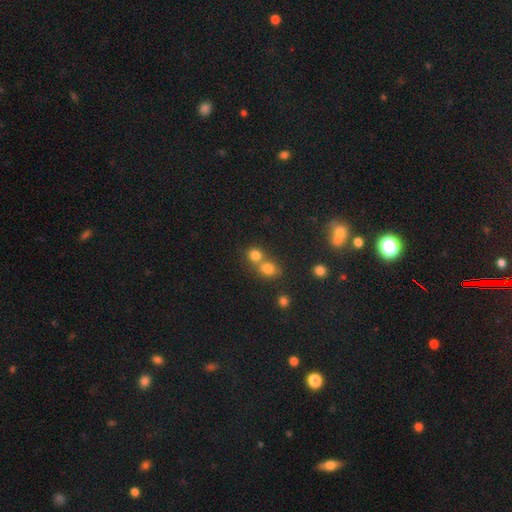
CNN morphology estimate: Overall: smooth (77%). How rounded: round (82%). Merging: merger (49%; none 43%).